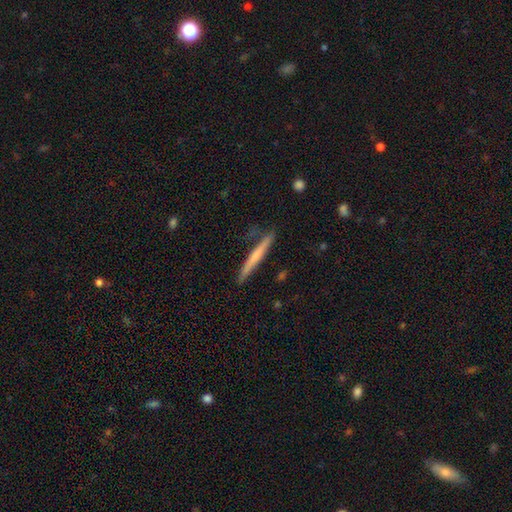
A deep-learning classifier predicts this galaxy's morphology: Overall: smooth (49%; featured or disk 45%). Merging: none (83%).